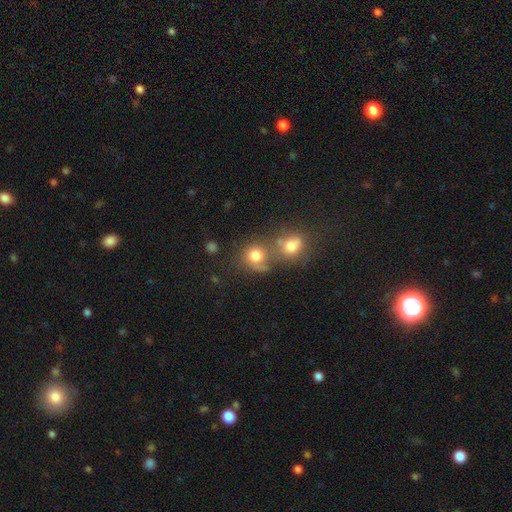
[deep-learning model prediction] This is likely a smooth galaxy (77%). How rounded: clearly round (80%). Merging: marginally merger (42%).